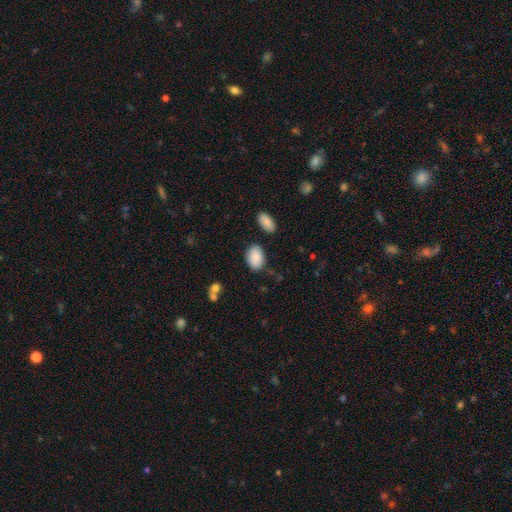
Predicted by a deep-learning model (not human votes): Smooth or featured: smooth — 88% (star or artifact — 7%)
How rounded: in between — 87% (round — 12%)
Merging: none — 80% (minor disturbance — 13%)